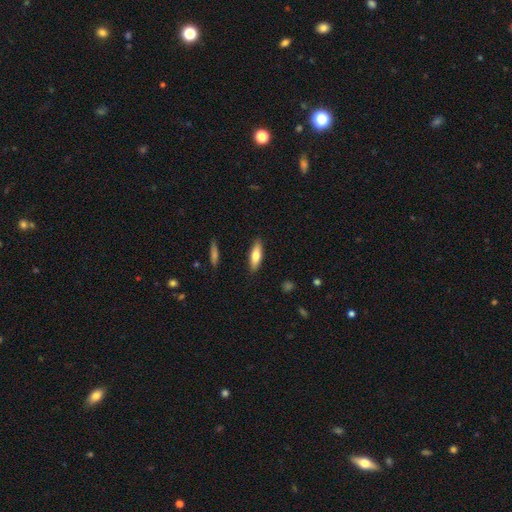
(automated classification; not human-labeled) Smooth or featured? Predicted: smooth (p=0.71). How rounded? Predicted: cigar-shaped (p=0.50). Merging? Predicted: none (p=0.88).